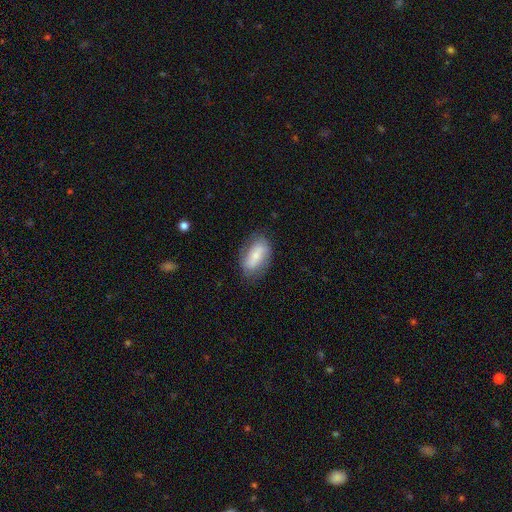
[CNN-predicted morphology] This is likely a smooth galaxy (62%). How rounded: clearly in between (88%). Merging: likely none (74%).